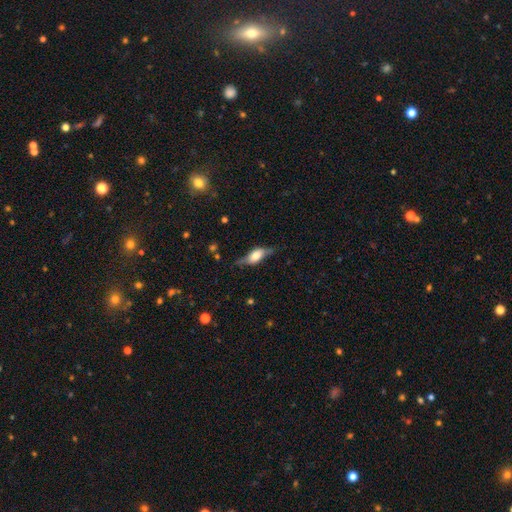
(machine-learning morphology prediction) Q: Smooth or featured?
A: featured or disk (47%); runner-up: smooth (46%)
Q: Merging?
A: none (64%); runner-up: minor disturbance (25%)